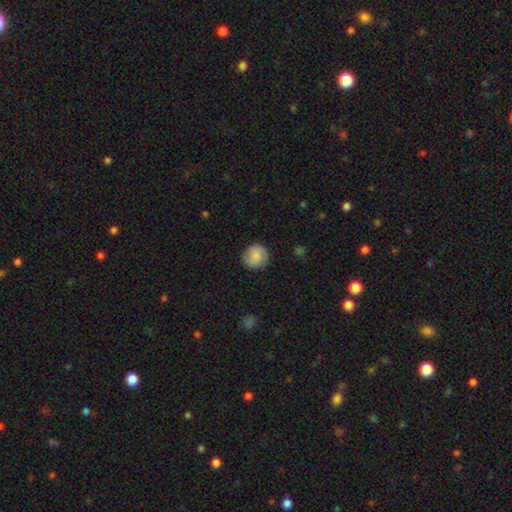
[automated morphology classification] This appears to be a smooth galaxy with no disk features (80%) that is round (92%). Merging: none (85%).